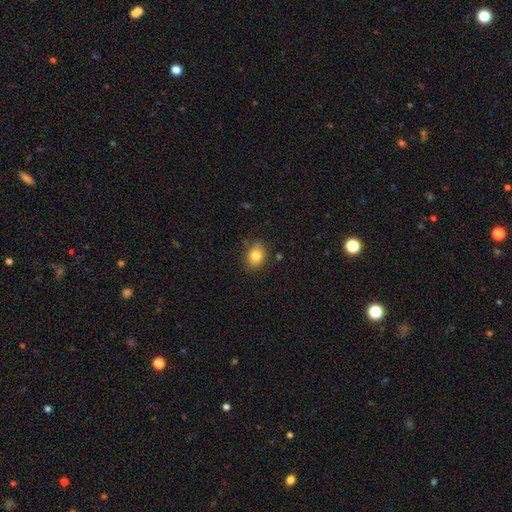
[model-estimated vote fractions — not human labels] This is clearly a smooth galaxy (82%). How rounded: possibly in between (53%). Merging: likely none (76%).